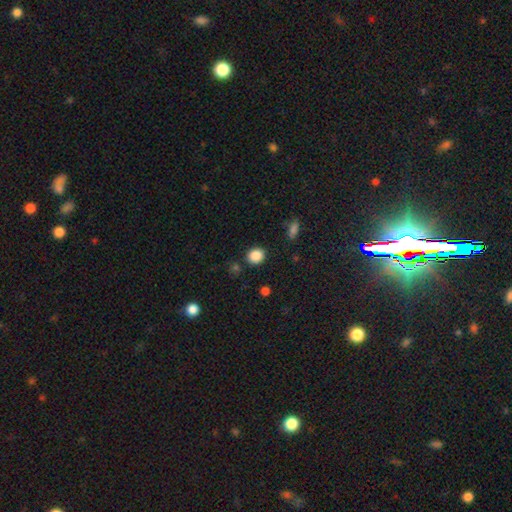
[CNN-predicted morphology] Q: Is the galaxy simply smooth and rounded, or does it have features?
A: smooth — 87%.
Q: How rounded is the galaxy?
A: round — 71%.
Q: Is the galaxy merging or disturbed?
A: none — 86%.